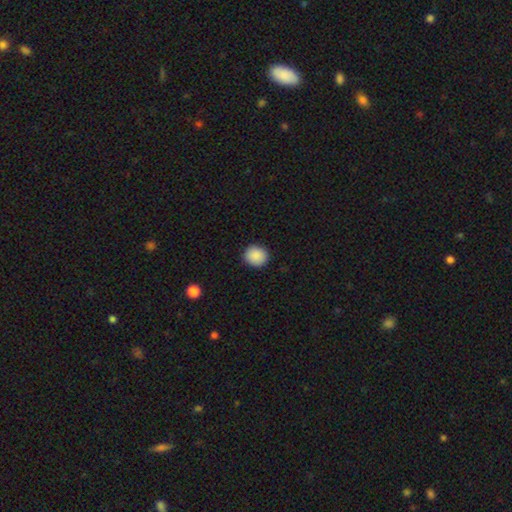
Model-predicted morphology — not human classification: smooth_or_featured: smooth (p=0.89) [alt: star or artifact p=0.08]
how_rounded: round (p=0.84) [alt: in between p=0.15]
merging: none (p=0.91) [alt: minor disturbance p=0.06]